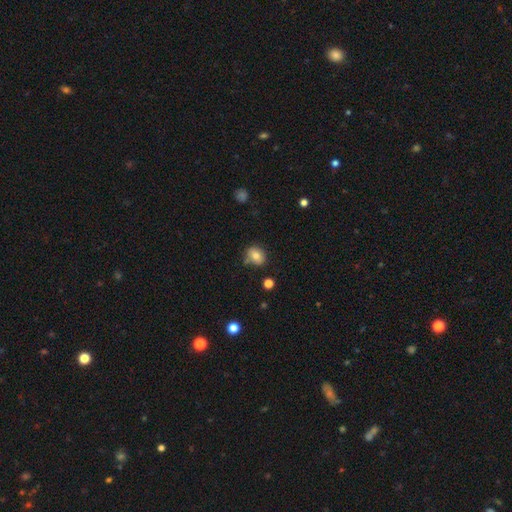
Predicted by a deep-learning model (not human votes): Smooth or featured?
  - smooth: 78% *
  - featured or disk: 12%
  - star or artifact: 10%
How rounded?
  - round: 59% *
  - in between: 40%
  - cigar-shaped: 1%
Merging?
  - none: 70% *
  - minor disturbance: 21%
  - merger: 5%
  - major disturbance: 4%